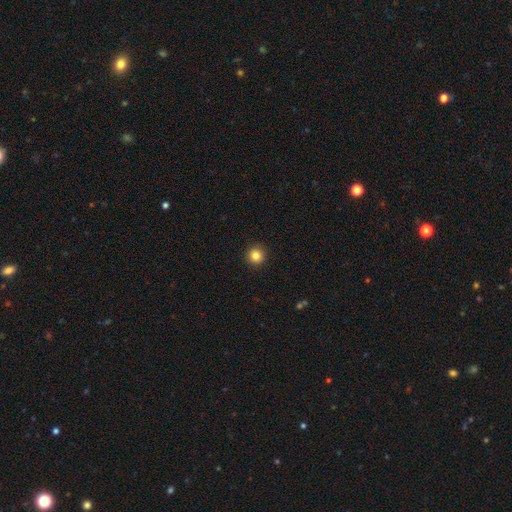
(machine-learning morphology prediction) Smooth or featured?
  - smooth: 84% *
  - star or artifact: 11%
  - featured or disk: 5%
How rounded?
  - round: 95% *
  - in between: 4%
  - cigar-shaped: 1%
Merging?
  - none: 93% *
  - minor disturbance: 5%
  - major disturbance: 2%
  - merger: 1%